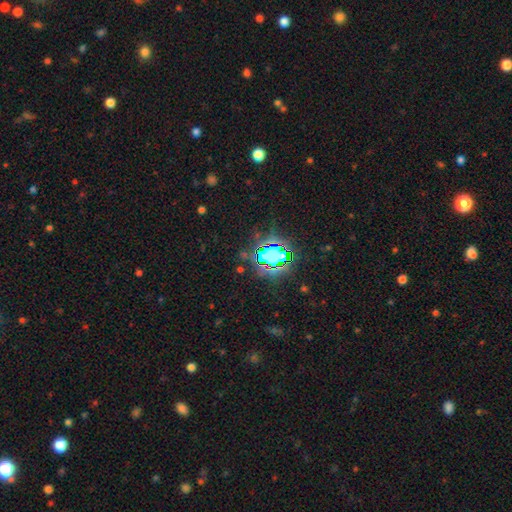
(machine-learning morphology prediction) The model was most divided on "smooth or featured": star or artifact: 81%, smooth: 11%, featured or disk: 7%.